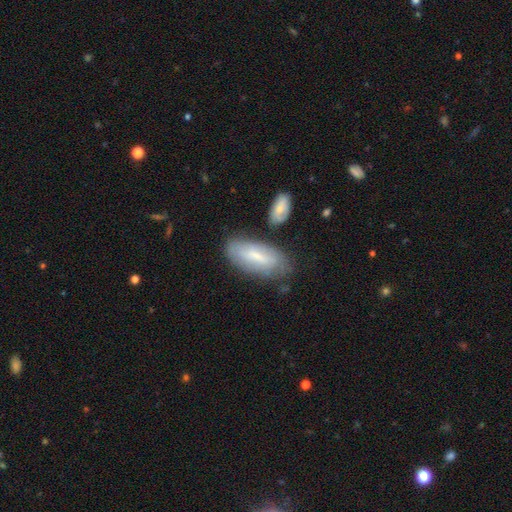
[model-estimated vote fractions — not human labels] This appears to be a smooth galaxy with no disk features (55%) that is in between round and cigar-shaped (76%). Merging: none (70%).